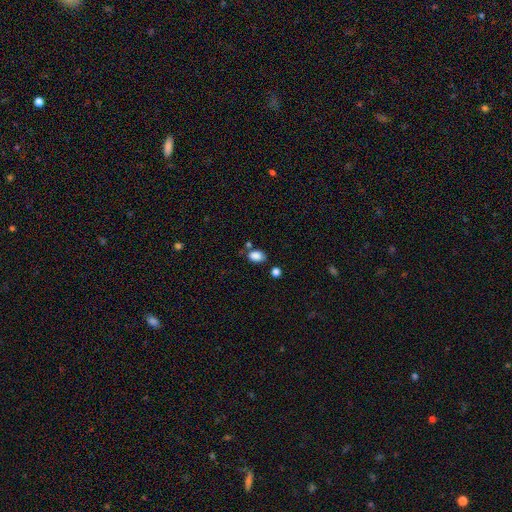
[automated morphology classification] Smooth or featured? smooth (87%)
How rounded? in between (85%)
Merging? none (68%)